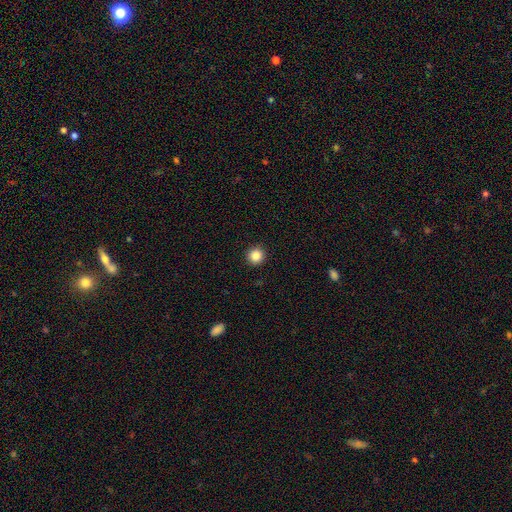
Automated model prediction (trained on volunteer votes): The model was most divided on "smooth or featured": smooth: 87%, star or artifact: 10%, featured or disk: 3%. More confident: how rounded — round (94%); merging — none (92%).